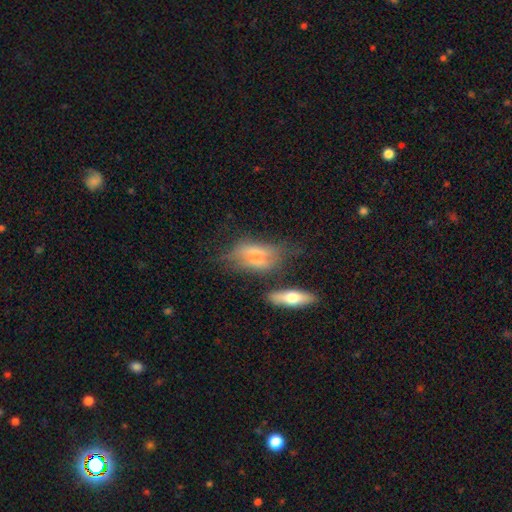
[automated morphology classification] Smooth or featured? Predicted: smooth (p=0.50). How rounded? Predicted: in between (p=0.78). Merging? Predicted: none (p=0.37).